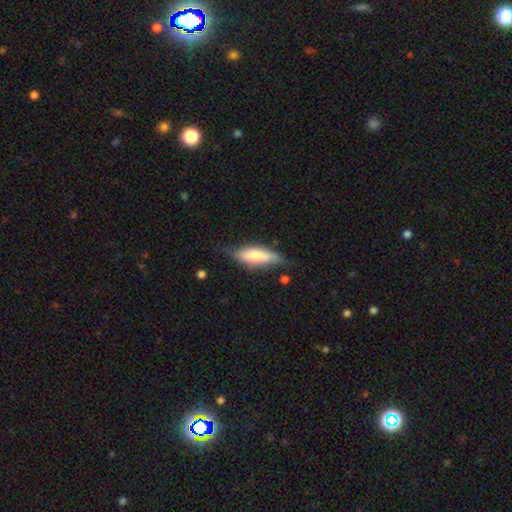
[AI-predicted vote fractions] The model was most divided on "how rounded": in between: 50%, cigar-shaped: 48%, round: 2%. More confident: smooth or featured — smooth (66%); merging — none (62%).